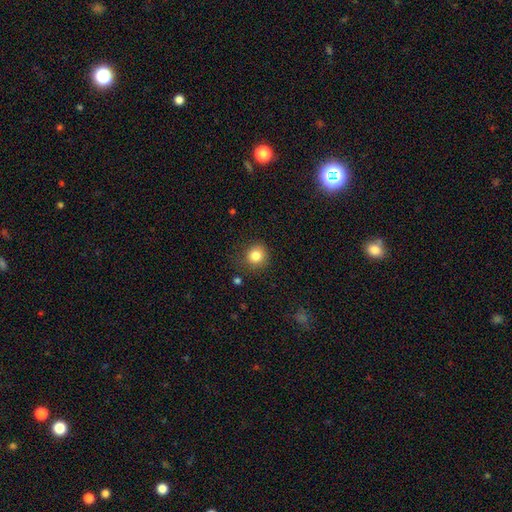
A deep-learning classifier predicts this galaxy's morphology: Q: Smooth or featured?
A: smooth (82%); runner-up: star or artifact (11%)
Q: How rounded?
A: round (90%); runner-up: in between (9%)
Q: Merging?
A: none (82%); runner-up: minor disturbance (12%)